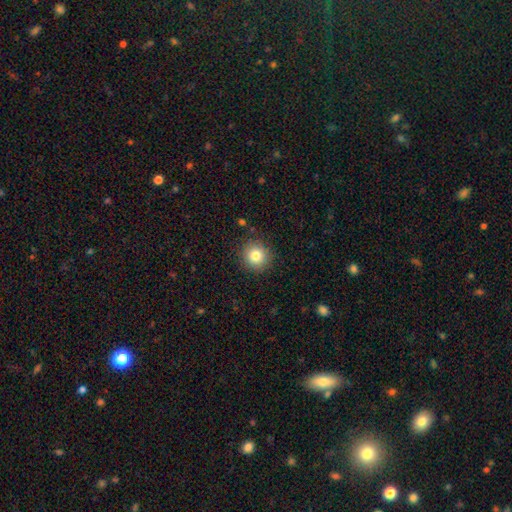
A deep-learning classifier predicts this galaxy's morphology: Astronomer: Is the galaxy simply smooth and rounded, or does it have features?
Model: smooth — 82%.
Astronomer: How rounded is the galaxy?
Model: round — 93%.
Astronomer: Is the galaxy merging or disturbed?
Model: none — 89%.